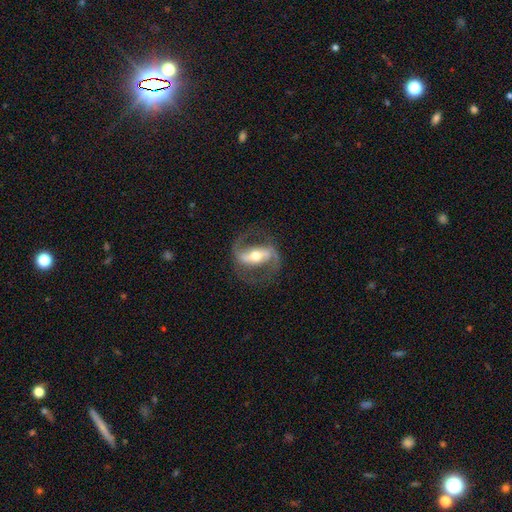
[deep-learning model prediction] Overall: featured or disk (88%). Edge-on disk: no (94%). Bar: strong (64%). Spiral arms: yes (93%). Spiral arm count: 2 (92%). Spiral winding: medium (54%; loose 30%). Bulge size: moderate (65%; small 25%). Merging: none (78%).